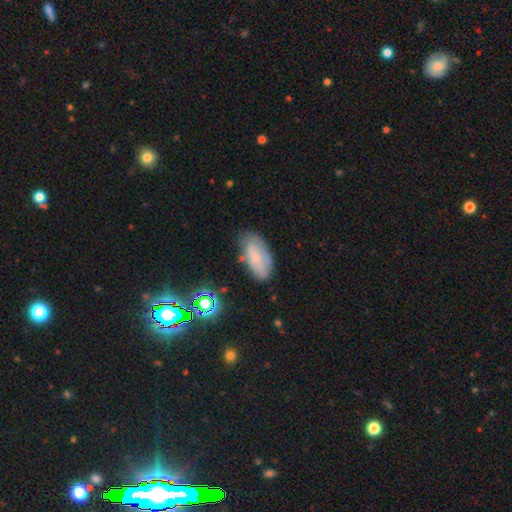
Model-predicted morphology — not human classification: type=smooth (57%); roundness=in between (91%); merging=none (66%).